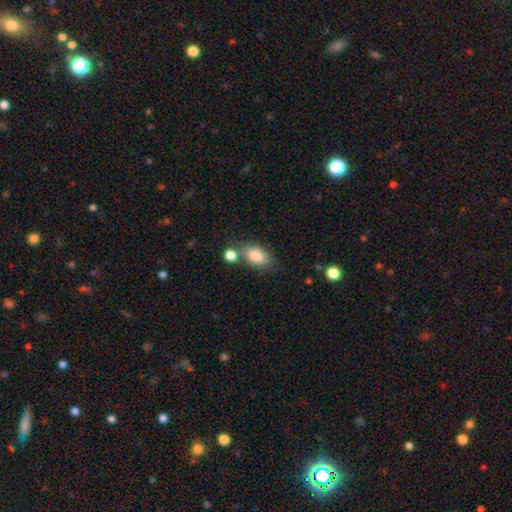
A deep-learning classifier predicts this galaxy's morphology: smooth_or_featured: smooth (p=0.83) [alt: featured or disk p=0.09]
how_rounded: in between (p=0.90) [alt: round p=0.08]
merging: none (p=0.62) [alt: merger p=0.19]